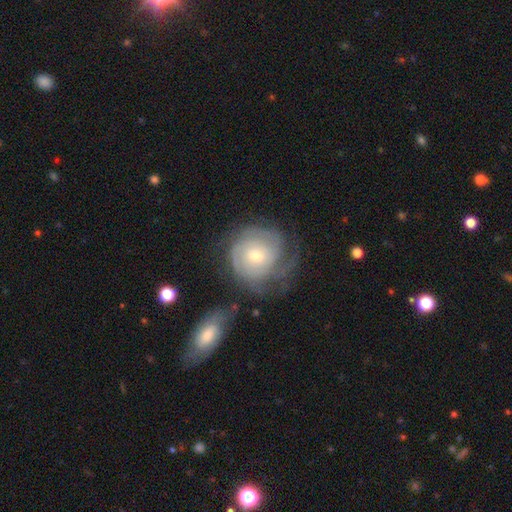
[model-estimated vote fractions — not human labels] Smooth or featured? featured or disk (76%)
Edge-on disk? no (97%)
Bar? no (73%)
Spiral arms? yes (92%)
Spiral winding? tight (71%)
Spiral arm count? can't tell (40%)
Bulge size? moderate (49%)
Merging? none (56%)